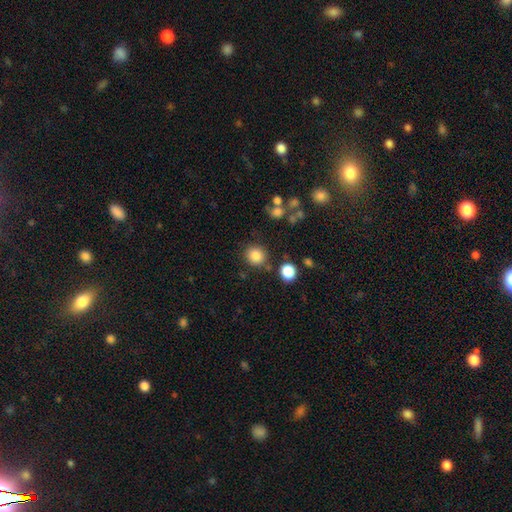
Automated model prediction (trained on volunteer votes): Q: Smooth or featured?
A: smooth (84%); runner-up: star or artifact (11%)
Q: How rounded?
A: round (89%); runner-up: in between (10%)
Q: Merging?
A: none (83%); runner-up: minor disturbance (8%)